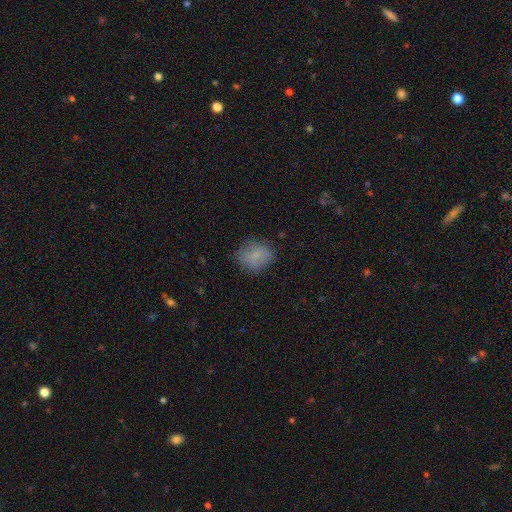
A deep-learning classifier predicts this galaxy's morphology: Smooth or featured? Predicted: smooth (p=0.78). How rounded? Predicted: round (p=0.57). Merging? Predicted: none (p=0.76).